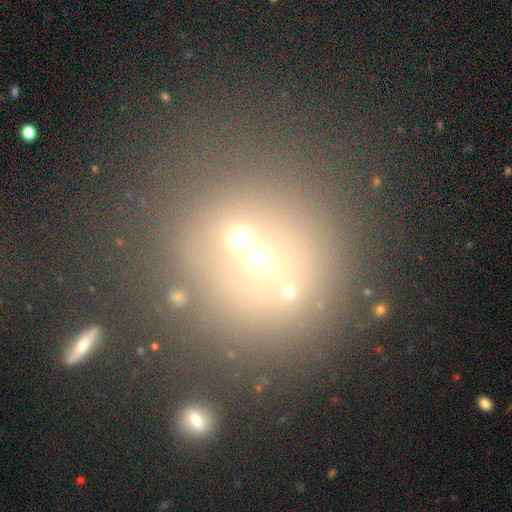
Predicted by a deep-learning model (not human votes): A smooth galaxy with no disk features (47%).

Vote fractions:
- Smooth or featured? smooth: 47% / star or artifact: 29% / featured or disk: 23%
- Merging? none: 46% / merger: 39% / minor disturbance: 8% / major disturbance: 6%